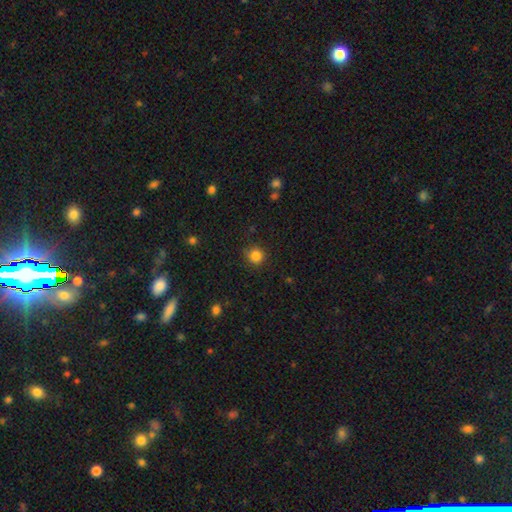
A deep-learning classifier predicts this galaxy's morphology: type=smooth (85%); roundness=round (92%); merging=none (87%).